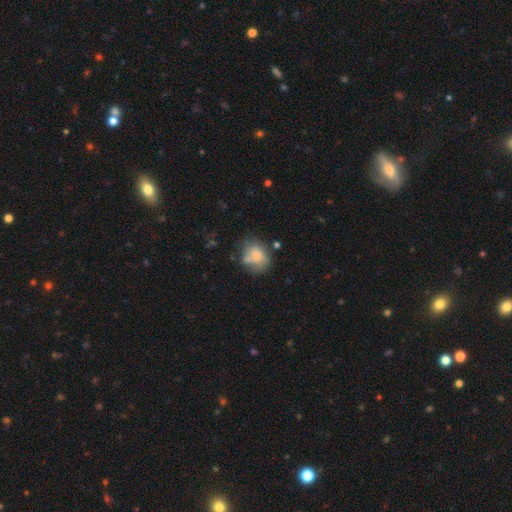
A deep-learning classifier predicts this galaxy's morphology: smooth 71%, featured or disk 20%, star or artifact 9%. Down the decision tree: how rounded — round (58%); merging — none (45%).